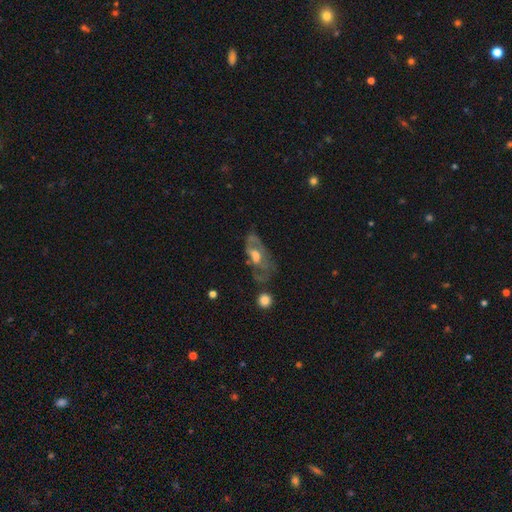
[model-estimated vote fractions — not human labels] smooth-or-featured: featured or disk: 61% | smooth: 31% | star or artifact: 9%
  disk-edge-on: no: 87% | yes: 13%
    bar: no: 62% | weak: 30% | strong: 8%
    has-spiral-arms: no: 57% | yes: 43%
    bulge-size: moderate: 54% | large: 24% | small: 14% | none: 5% | dominant: 2%
  merging: none: 41% | major disturbance: 28% | minor disturbance: 24% | merger: 7%